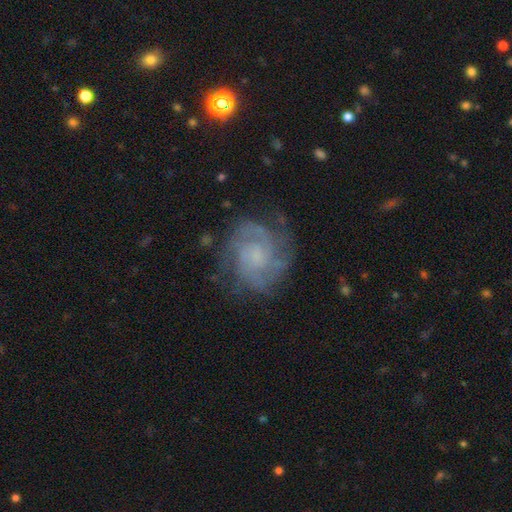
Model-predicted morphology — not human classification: Overall: featured or disk (78%). Edge-on disk: no (98%). Bar: no (67%; weak 29%). Spiral arms: yes (93%). Spiral arm count: 2 (39%; can't tell 26%). Spiral winding: tight (52%; medium 38%). Bulge size: small (40%; none 33%). Merging: none (72%).